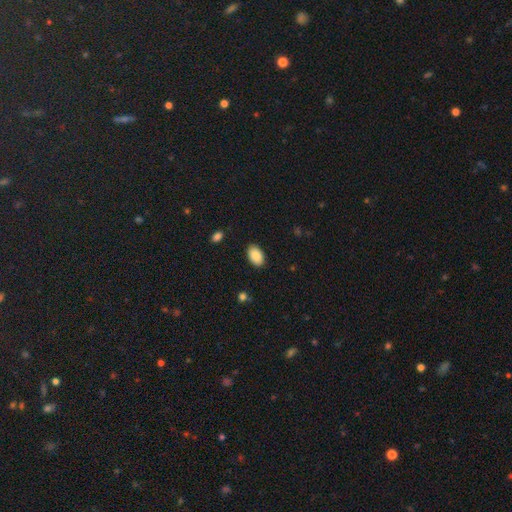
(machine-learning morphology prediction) Smooth or featured? smooth (89%)
How rounded? in between (92%)
Merging? none (88%)